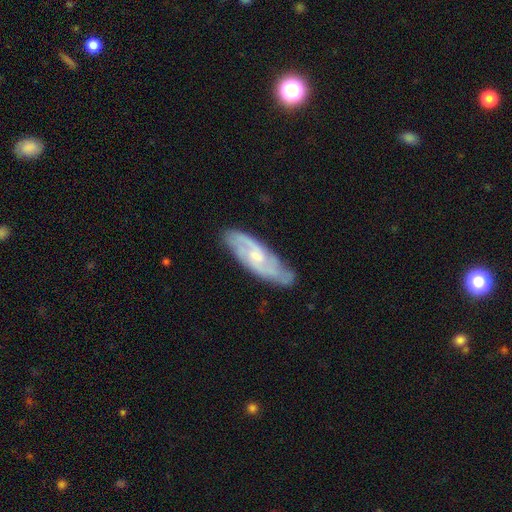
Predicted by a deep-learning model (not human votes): A featured or disk galaxy (78%) with no bar (54%), 2 (60%) medium (49%) spiral arms (94%) and a small central bulge (56%).

Vote fractions:
- Smooth or featured? featured or disk: 78% / smooth: 16% / star or artifact: 5%
- Edge-on disk? no: 86% / yes: 14%
- Bar? no: 54% / weak: 40% / strong: 6%
- Spiral arms? yes: 94% / no: 6%
- Spiral winding? medium: 49% / tight: 33% / loose: 18%
- Spiral arm count? 2: 60% / can't tell: 19% / 3: 13% / 4: 3% / 1: 3% / more than 4: 2%
- Bulge size? small: 56% / moderate: 38% / none: 4% / large: 2% / dominant: 1%
- Merging? none: 77% / minor disturbance: 18% / major disturbance: 4% / merger: 2%